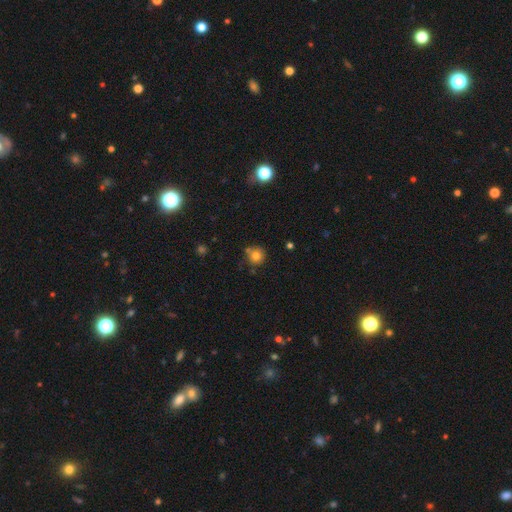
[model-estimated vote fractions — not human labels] This is likely a smooth galaxy (80%). How rounded: clearly round (91%). Merging: likely none (70%).